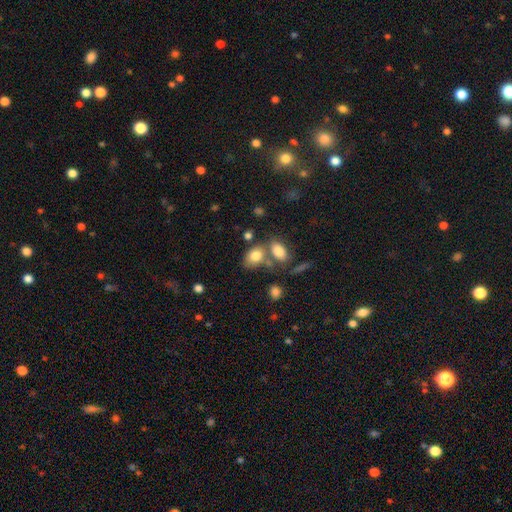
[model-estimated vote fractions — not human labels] smooth-or-featured: smooth: 79% | featured or disk: 12% | star or artifact: 9%
  how-rounded: in between: 83% | round: 15% | cigar-shaped: 2%
  merging: none: 48% | merger: 33% | minor disturbance: 13% | major disturbance: 6%